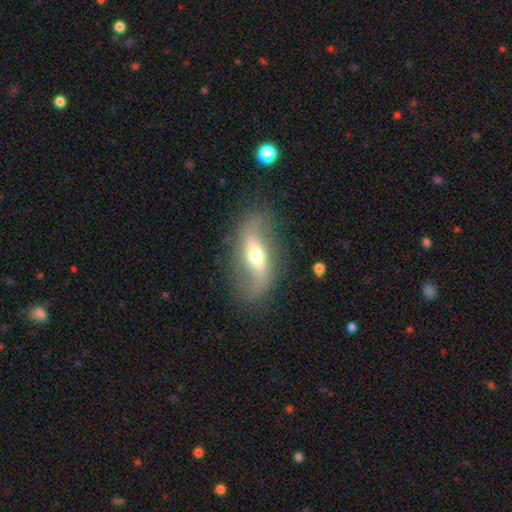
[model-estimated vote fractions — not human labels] A featured or disk galaxy (68%) with a strong bar (36%), spiral arms (71%) and a moderate central bulge (67%). Merging: none (78%).